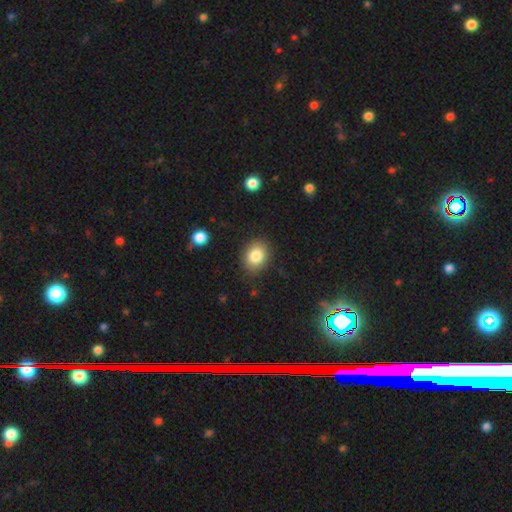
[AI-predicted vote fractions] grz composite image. It shows a smooth galaxy with no disk features (84%) that is in between round and cigar-shaped (55%). Merging: none (84%).